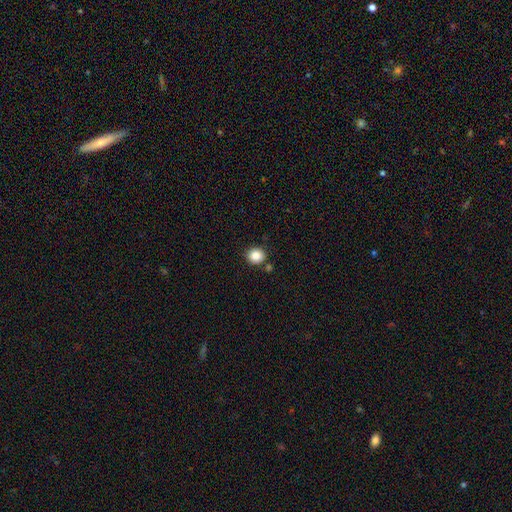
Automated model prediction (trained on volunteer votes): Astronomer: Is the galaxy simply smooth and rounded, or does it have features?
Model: smooth — 86%.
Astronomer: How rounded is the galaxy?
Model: round — 84%.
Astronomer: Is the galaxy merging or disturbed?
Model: none — 84%.